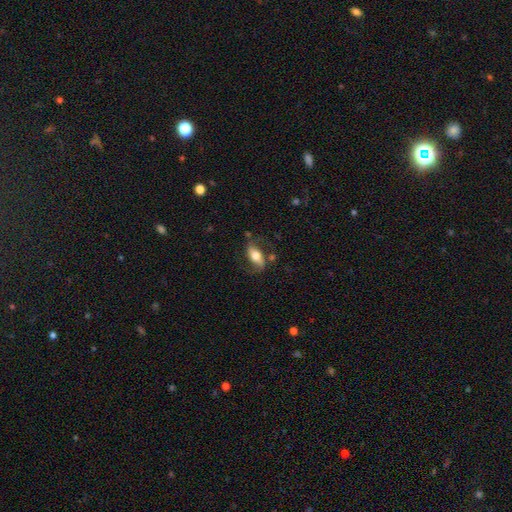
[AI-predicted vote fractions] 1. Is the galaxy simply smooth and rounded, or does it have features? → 47% featured or disk, 46% smooth, 7% star or artifact.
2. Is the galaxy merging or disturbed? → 61% none, 22% minor disturbance, 14% major disturbance, 4% merger.